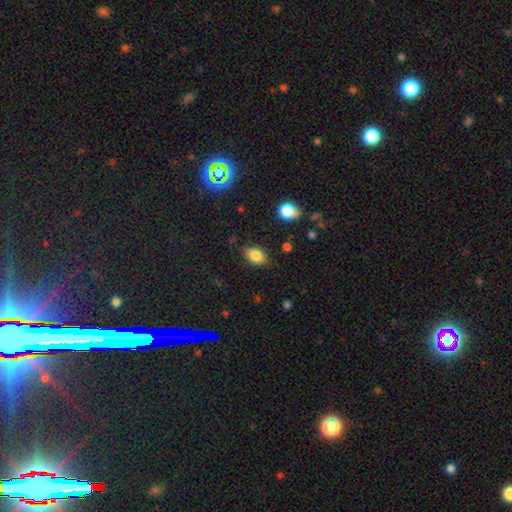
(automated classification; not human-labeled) This is clearly a smooth galaxy (83%). How rounded: clearly in between (85%). Merging: likely none (80%).